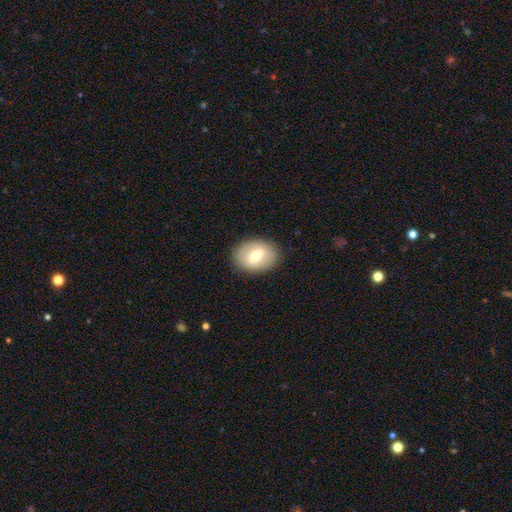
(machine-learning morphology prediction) Smooth or featured? Predicted: smooth (p=0.62). How rounded? Predicted: in between (p=0.67). Merging? Predicted: none (p=0.87).